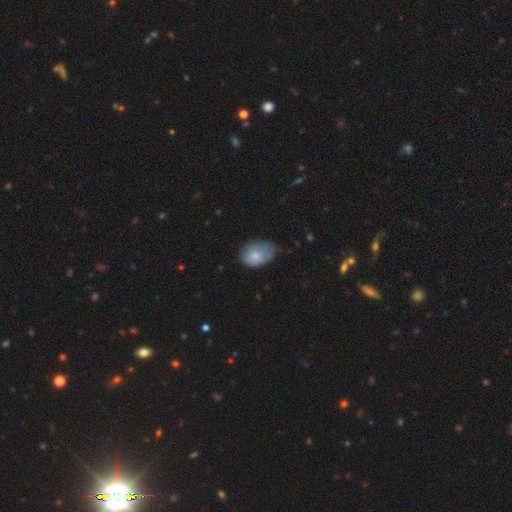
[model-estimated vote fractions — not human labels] smooth-or-featured: smooth: 79% | featured or disk: 14% | star or artifact: 7%
  how-rounded: in between: 78% | round: 21% | cigar-shaped: 1%
  merging: none: 43% | minor disturbance: 42% | major disturbance: 13% | merger: 2%